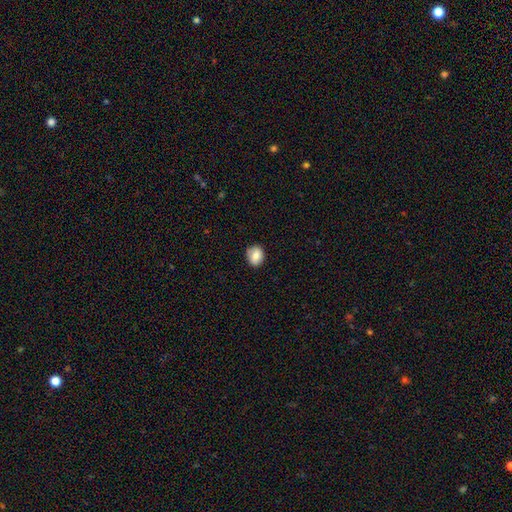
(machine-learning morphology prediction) A smooth galaxy with no disk features (81%) that is round (61%). Merging: none (83%).